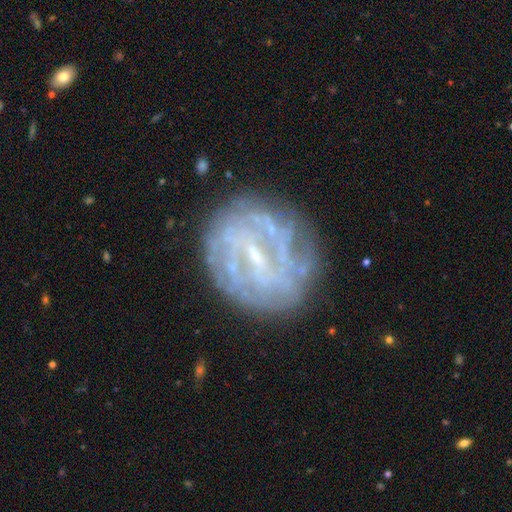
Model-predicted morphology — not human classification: Overall: featured or disk (76%). Edge-on disk: no (97%). Bar: weak (51%; strong 26%). Spiral arms: yes (66%; no 34%). Bulge size: small (63%). Merging: none (73%).